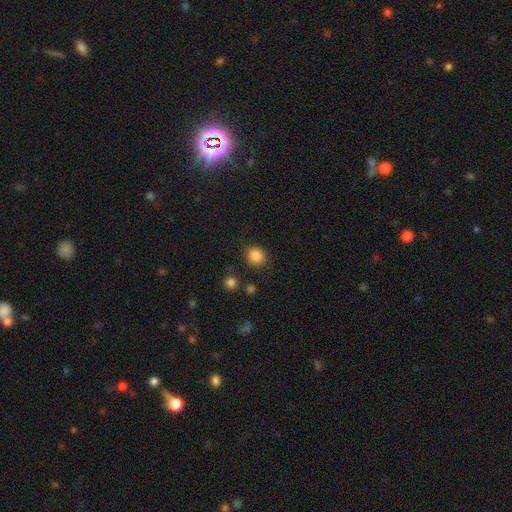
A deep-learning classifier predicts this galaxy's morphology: smooth 86%, star or artifact 10%, featured or disk 4%. Down the decision tree: how rounded — round (79%); merging — none (85%).